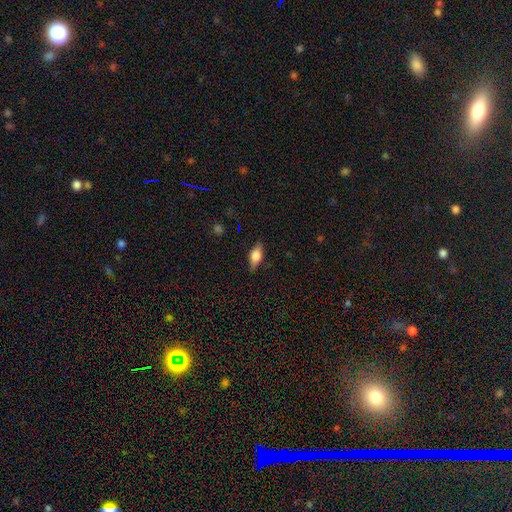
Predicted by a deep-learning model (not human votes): smooth-or-featured: smooth: 57% | featured or disk: 34% | star or artifact: 8%
  how-rounded: in between: 77% | cigar-shaped: 16% | round: 7%
  merging: none: 82% | minor disturbance: 14% | major disturbance: 3% | merger: 1%